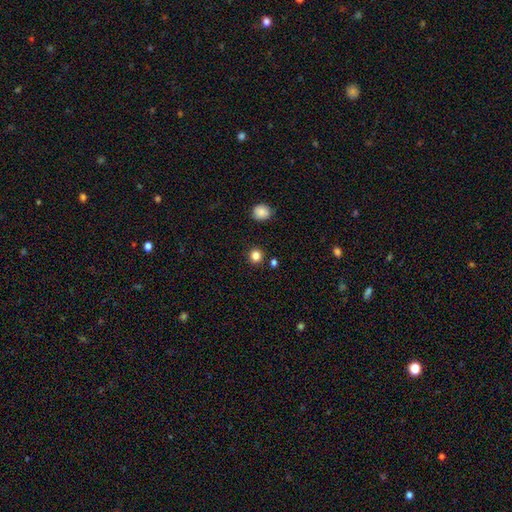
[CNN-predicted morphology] Smooth or featured? smooth (83%)
How rounded? round (93%)
Merging? none (90%)